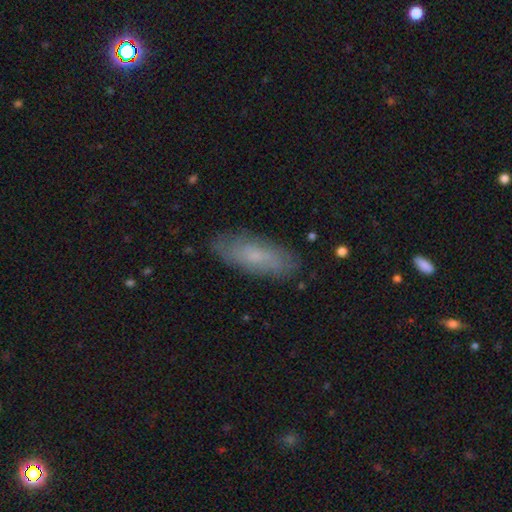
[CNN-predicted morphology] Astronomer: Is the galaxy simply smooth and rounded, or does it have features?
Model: smooth — 52% (runner-up: featured or disk, 40%).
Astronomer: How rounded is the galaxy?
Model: in between — 67%.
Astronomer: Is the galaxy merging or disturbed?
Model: none — 81%.